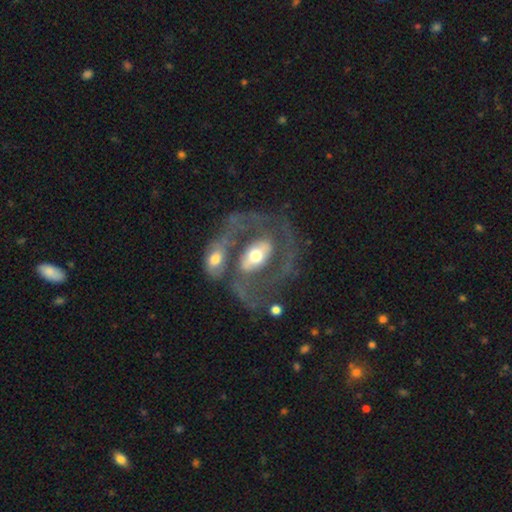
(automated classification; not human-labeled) This is likely a featured or disk galaxy (76%). It is clearly not viewed edge-on (94%). Bar: marginally no (34%, tied with strong). Spiral arm pattern: likely yes (64%). Central bulge: likely moderate (65%). Merging: marginally none (38%).